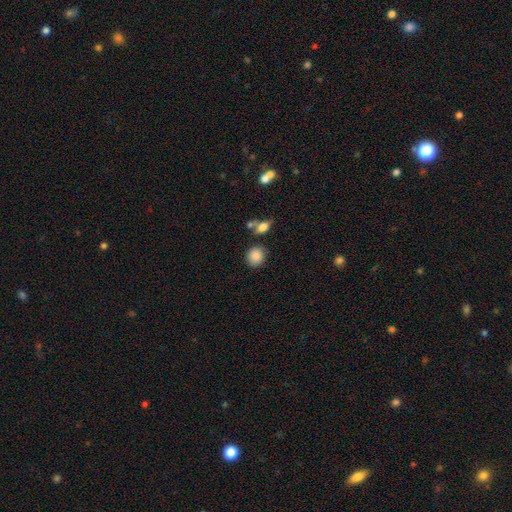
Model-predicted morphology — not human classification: This appears to be a smooth galaxy with no disk features (86%) that is round (84%). Merging: none (78%).